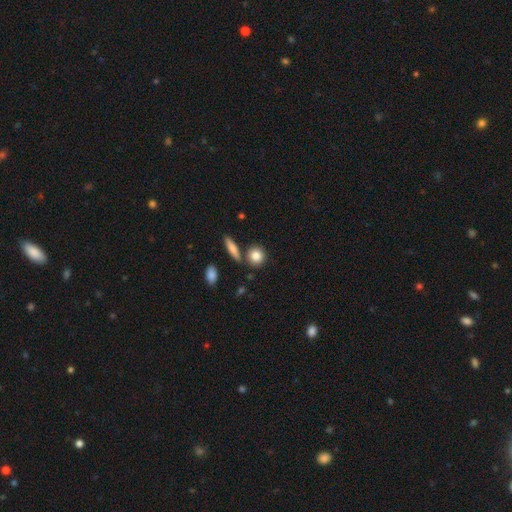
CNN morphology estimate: Q: Smooth or featured?
A: smooth (83%); runner-up: featured or disk (9%)
Q: How rounded?
A: round (77%); runner-up: in between (19%)
Q: Merging?
A: none (78%); runner-up: merger (10%)